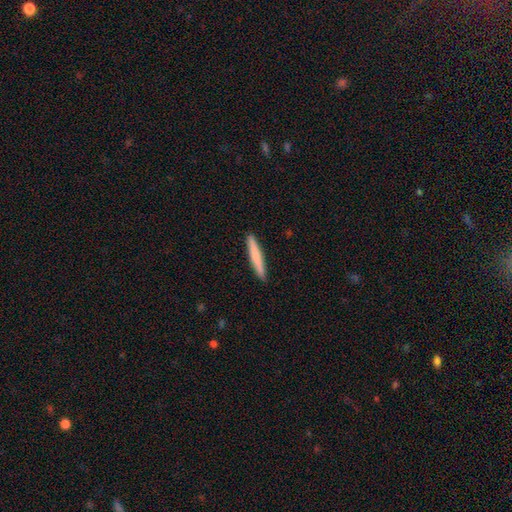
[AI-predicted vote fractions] This appears to be a smooth galaxy with no disk features (73%) that is cigar-shaped (95%). Merging: none (92%).